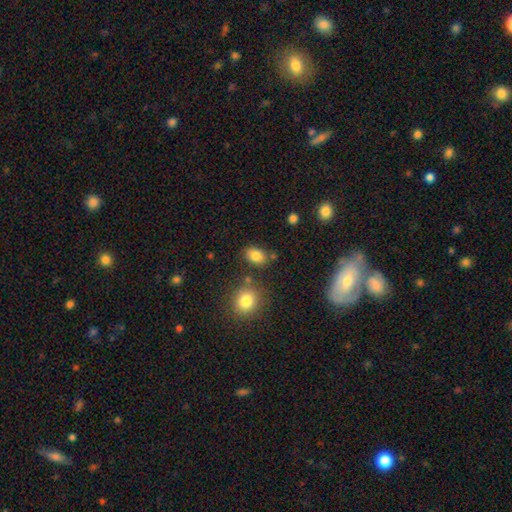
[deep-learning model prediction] A smooth galaxy with no disk features (83%) that is in between round and cigar-shaped (77%). Merging: none (76%).